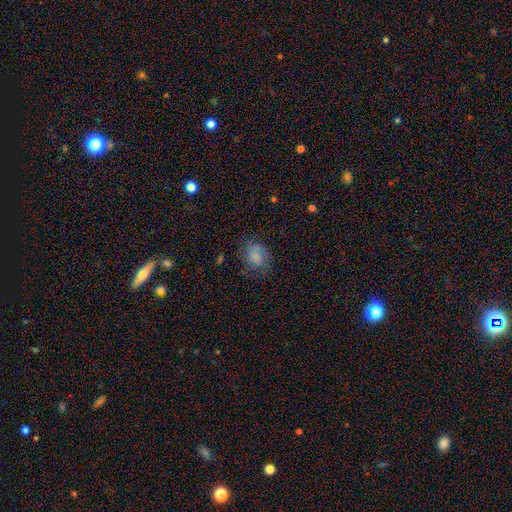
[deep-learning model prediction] The model was most divided on "how rounded": in between: 50%, round: 49%, cigar-shaped: 1%. More confident: smooth or featured — smooth (76%); merging — none (66%).